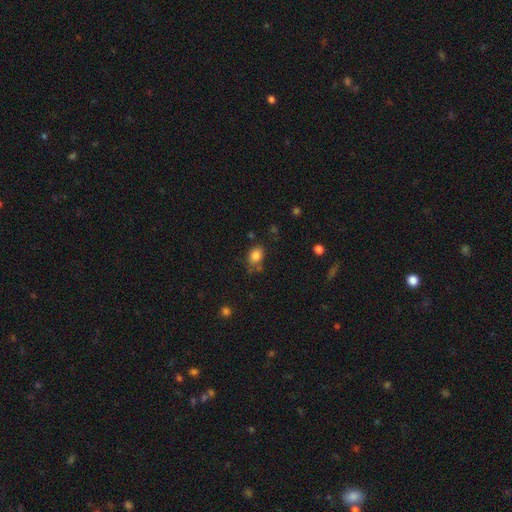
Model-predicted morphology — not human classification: The model was most divided on "how rounded": in between: 68%, round: 30%, cigar-shaped: 1%. More confident: smooth or featured — smooth (83%); merging — none (69%).